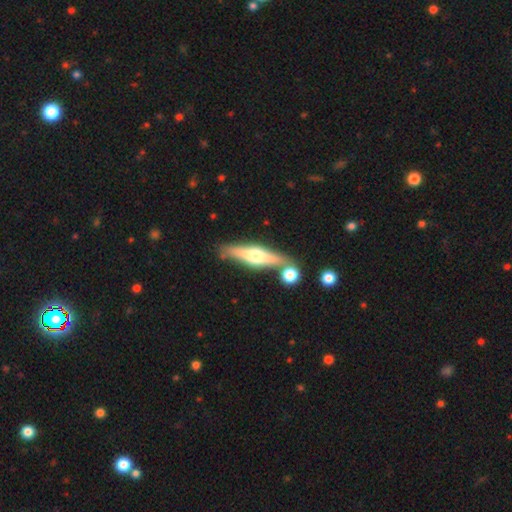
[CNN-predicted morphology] smooth-or-featured: featured or disk: 60% | smooth: 34% | star or artifact: 6%
  disk-edge-on: yes: 94% | no: 6%
    edge-on-bulge: rounded: 91% | boxy: 6% | none: 3%
  merging: none: 70% | merger: 15% | minor disturbance: 12% | major disturbance: 3%